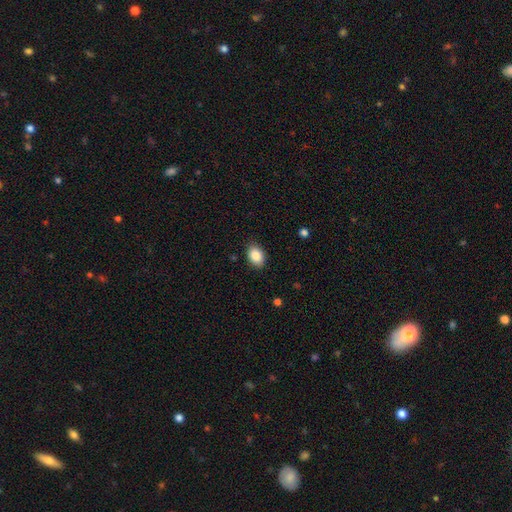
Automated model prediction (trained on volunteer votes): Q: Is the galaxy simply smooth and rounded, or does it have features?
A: smooth — 87%.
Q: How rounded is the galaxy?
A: in between — 78%.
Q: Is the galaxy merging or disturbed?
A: none — 86%.